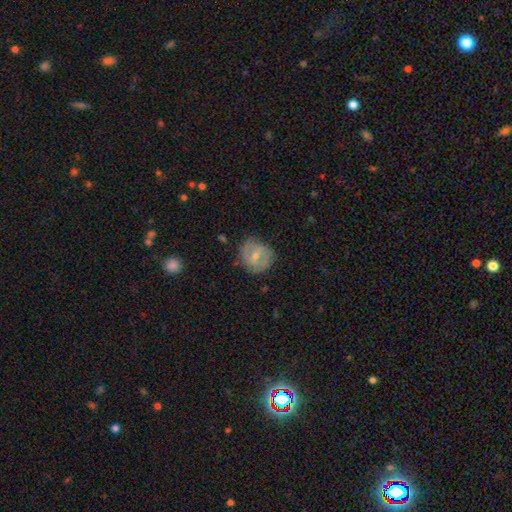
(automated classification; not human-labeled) smooth 53%, featured or disk 40%, star or artifact 7%. Down the decision tree: how rounded — round (78%); merging — none (73%).